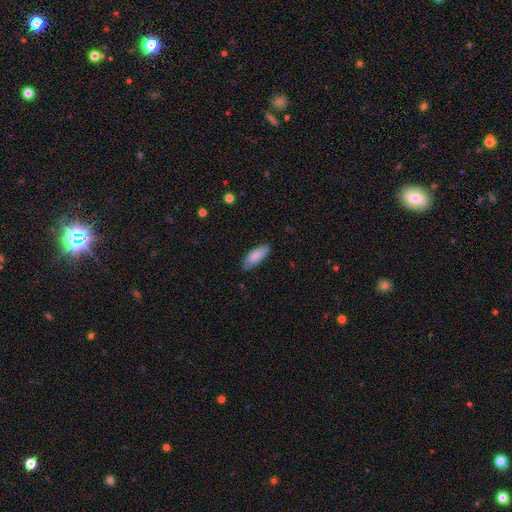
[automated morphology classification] This appears to be a smooth galaxy with no disk features (84%) that is in between round and cigar-shaped (77%). Merging: none (77%).